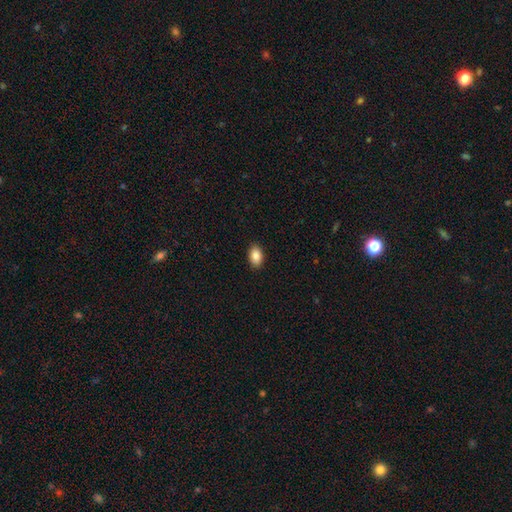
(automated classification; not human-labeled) smooth-or-featured: smooth: 88% | star or artifact: 8% | featured or disk: 4%
  how-rounded: in between: 88% | round: 10% | cigar-shaped: 1%
  merging: none: 90% | minor disturbance: 7% | major disturbance: 2% | merger: 1%